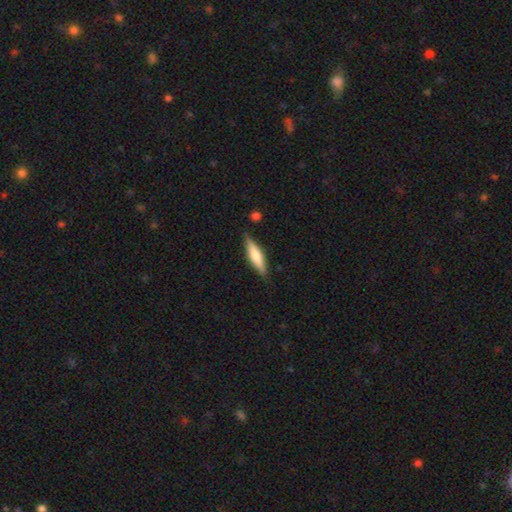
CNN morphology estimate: smooth_or_featured: smooth (p=0.55) [alt: featured or disk p=0.39]
how_rounded: cigar-shaped (p=0.72) [alt: in between p=0.26]
merging: none (p=0.86) [alt: minor disturbance p=0.10]